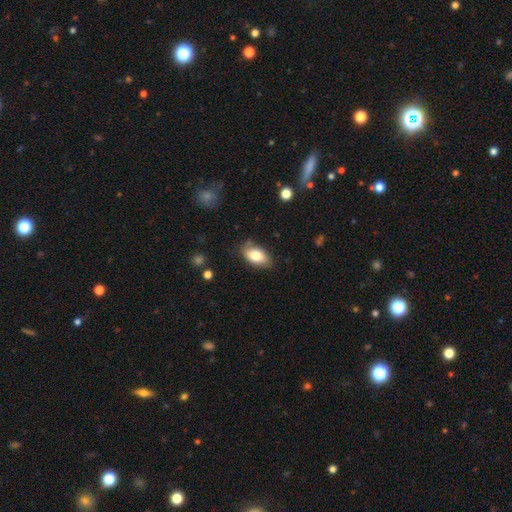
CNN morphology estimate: This appears to be a smooth galaxy with no disk features (81%) that is in between round and cigar-shaped (92%). Merging: none (79%).